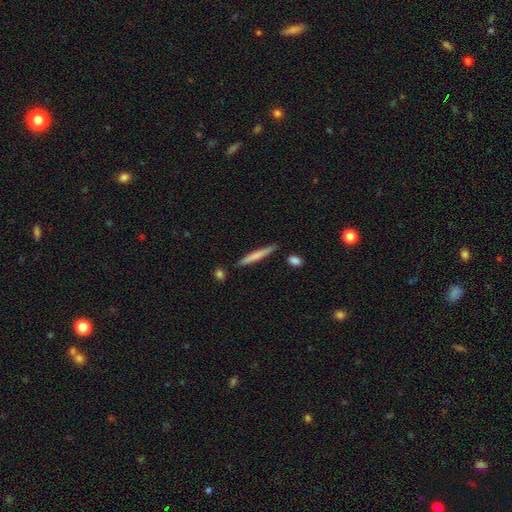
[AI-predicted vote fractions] A smooth galaxy with no disk features (67%) that is cigar-shaped (95%). Merging: none (84%).